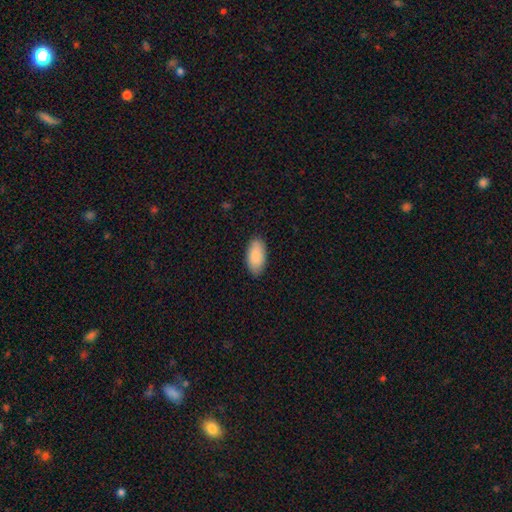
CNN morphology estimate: smooth-or-featured: smooth: 88% | featured or disk: 7% | star or artifact: 6%
  how-rounded: in between: 95% | cigar-shaped: 3% | round: 2%
  merging: none: 86% | minor disturbance: 11% | major disturbance: 2% | merger: 1%